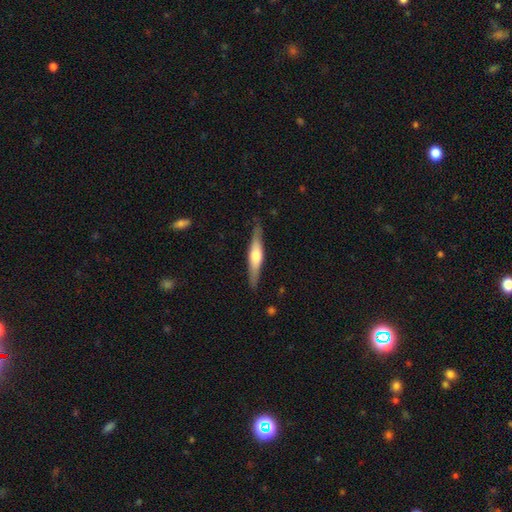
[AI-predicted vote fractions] The model was most divided on "smooth or featured": featured or disk: 58%, smooth: 37%, star or artifact: 5%. More confident: edge-on disk — yes (96%); merging — none (86%); edge-on bulge — rounded (84%).